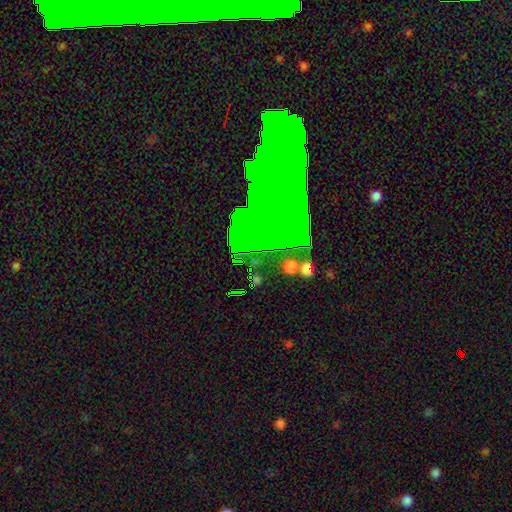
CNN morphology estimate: star or artifact 45%, featured or disk 35%, smooth 20%.